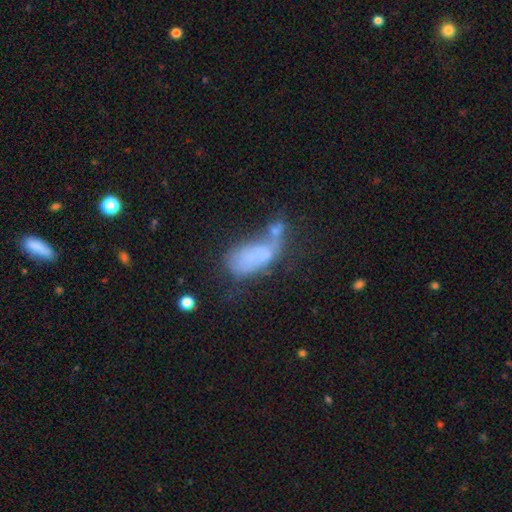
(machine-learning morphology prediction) This appears to be a smooth galaxy with no disk features (64%) that is in between round and cigar-shaped (87%). Merging: merger (36%).